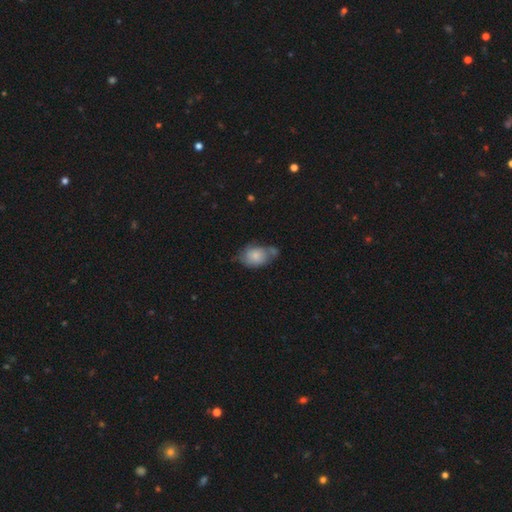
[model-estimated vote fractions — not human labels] This appears to be a smooth galaxy with no disk features (72%) that is in between round and cigar-shaped (77%). Merging: none (36%).